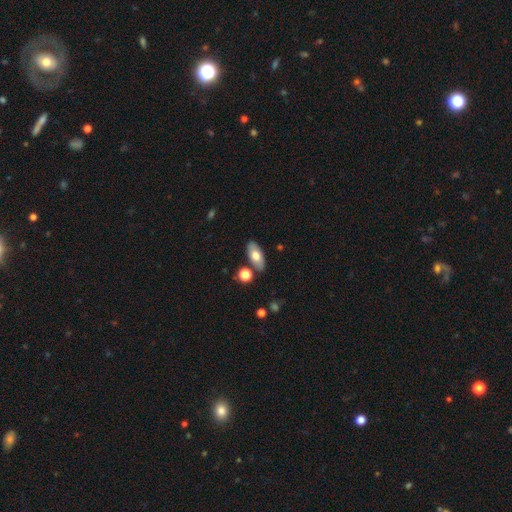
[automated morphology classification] This appears to be a smooth galaxy with no disk features (70%) that is in between round and cigar-shaped (87%). Merging: none (81%).